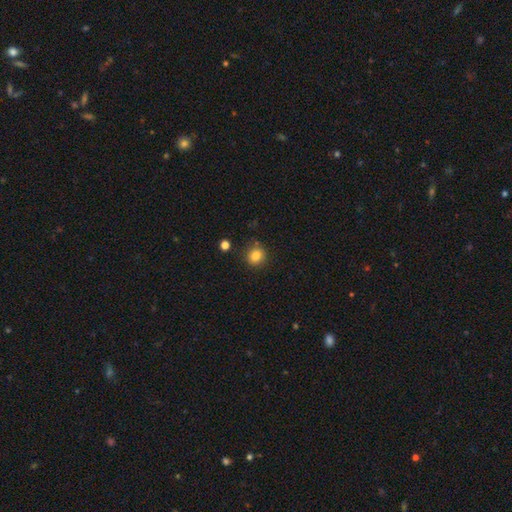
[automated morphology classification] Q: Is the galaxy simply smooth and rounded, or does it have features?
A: smooth — 83%.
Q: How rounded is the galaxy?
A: round — 89%.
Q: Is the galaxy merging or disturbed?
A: none — 84%.